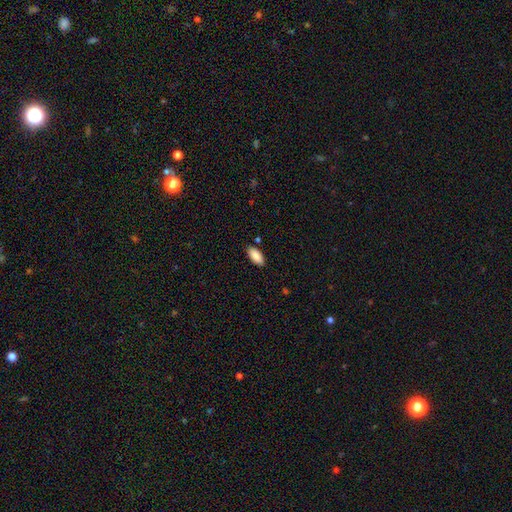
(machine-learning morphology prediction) Q: Smooth or featured?
A: smooth (89%); runner-up: star or artifact (6%)
Q: How rounded?
A: in between (90%); runner-up: cigar-shaped (8%)
Q: Merging?
A: none (86%); runner-up: minor disturbance (10%)